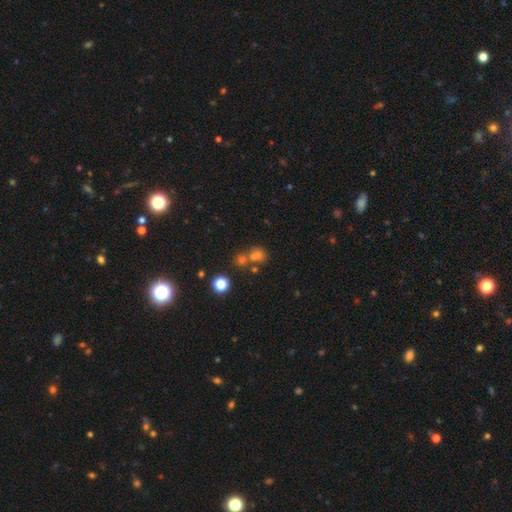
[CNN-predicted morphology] Smooth or featured? smooth (56%)
How rounded? round (79%)
Merging? none (50%)